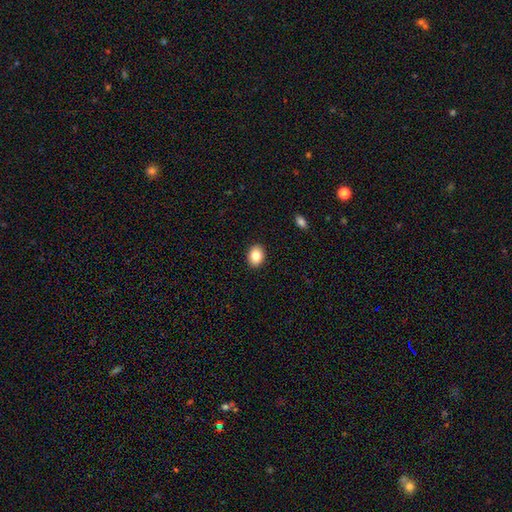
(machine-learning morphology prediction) smooth-or-featured: smooth: 85% | star or artifact: 9% | featured or disk: 7%
  how-rounded: in between: 67% | round: 32% | cigar-shaped: 1%
  merging: none: 91% | minor disturbance: 7% | major disturbance: 2% | merger: 1%